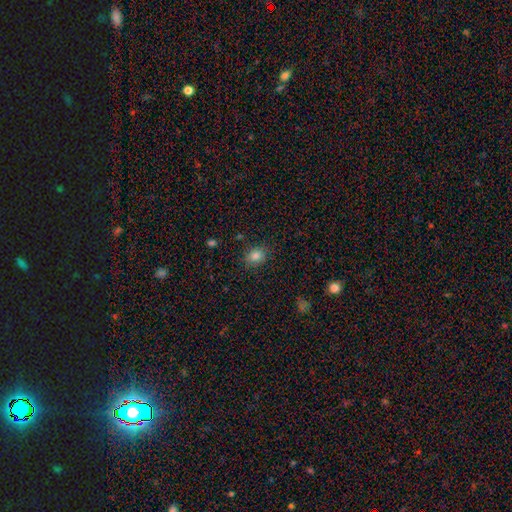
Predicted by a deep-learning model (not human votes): smooth 83%, star or artifact 12%, featured or disk 6%. Down the decision tree: how rounded — round (51%); merging — none (82%).